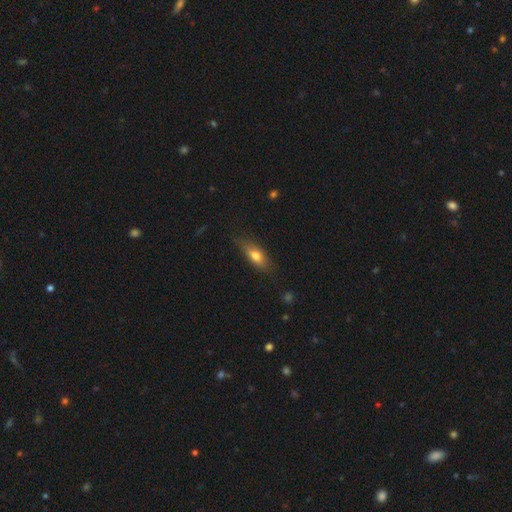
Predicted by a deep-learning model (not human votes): smooth 69%, featured or disk 24%, star or artifact 7%. Down the decision tree: how rounded — in between (67%); merging — none (74%).